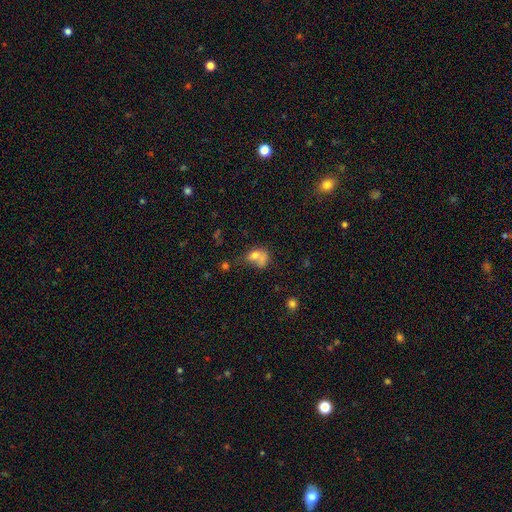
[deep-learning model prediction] smooth_or_featured: smooth (p=0.70) [alt: featured or disk p=0.18]
how_rounded: in between (p=0.60) [alt: round p=0.39]
merging: merger (p=0.36) [alt: none p=0.24]